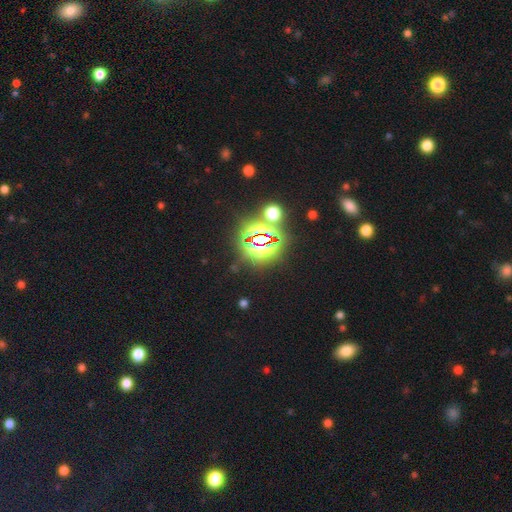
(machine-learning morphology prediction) This is clearly a star or artifact rather than a galaxy (82%).